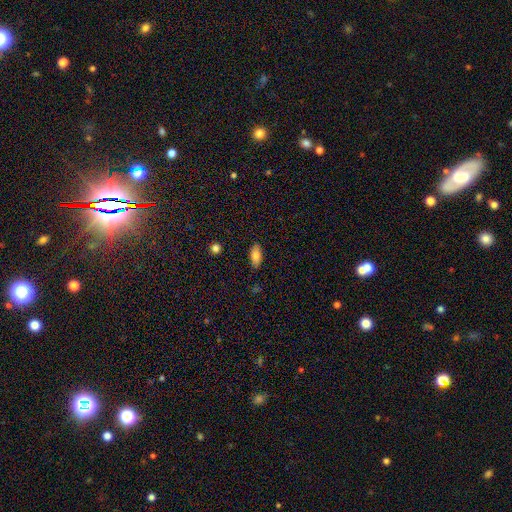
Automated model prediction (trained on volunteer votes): smooth 82%, featured or disk 11%, star or artifact 8%. Down the decision tree: how rounded — in between (88%); merging — none (86%).